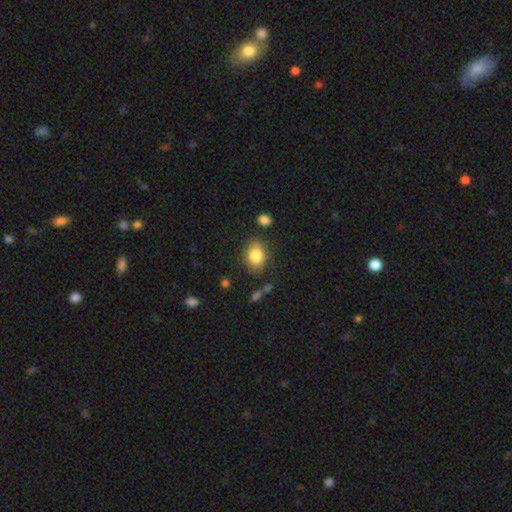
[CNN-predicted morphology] Smooth or featured? Predicted: smooth (p=0.83). How rounded? Predicted: in between (p=0.61). Merging? Predicted: none (p=0.78).